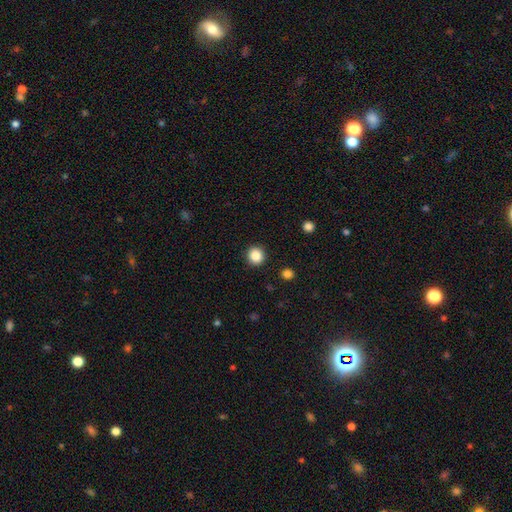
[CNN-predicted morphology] type=smooth (86%); roundness=round (91%); merging=none (92%).